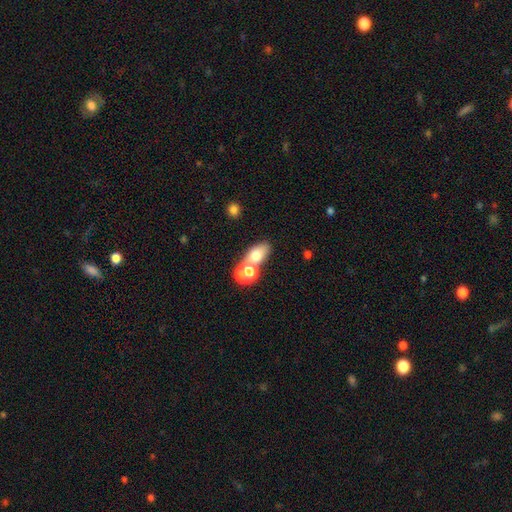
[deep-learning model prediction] Smooth or featured? smooth (62%)
How rounded? in between (70%)
Merging? merger (49%)